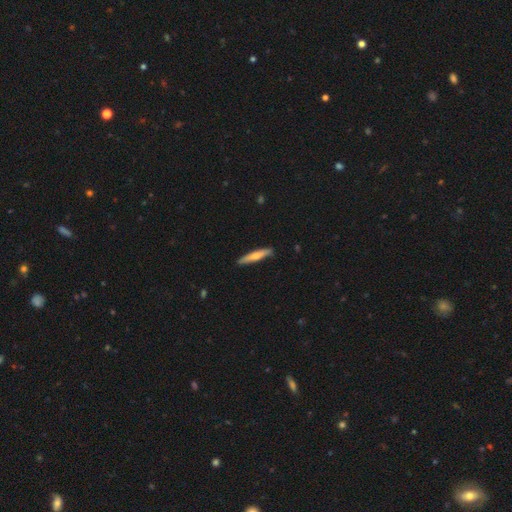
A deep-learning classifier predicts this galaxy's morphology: Smooth or featured?
  - smooth: 61% *
  - featured or disk: 34%
  - star or artifact: 5%
How rounded?
  - cigar-shaped: 92% *
  - in between: 7%
  - round: 1%
Merging?
  - none: 88% *
  - minor disturbance: 9%
  - major disturbance: 2%
  - merger: 1%